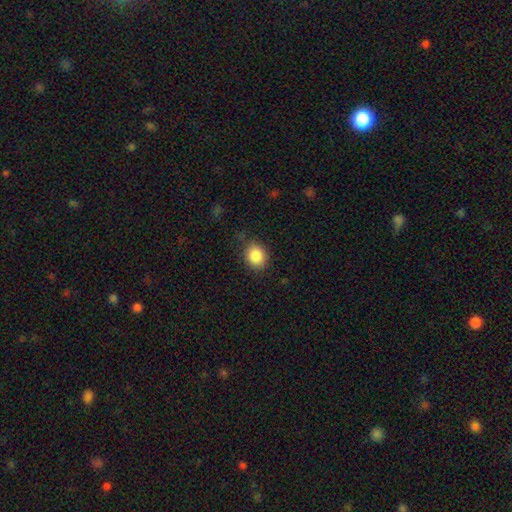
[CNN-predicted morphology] smooth_or_featured: smooth (p=0.86) [alt: star or artifact p=0.09]
how_rounded: round (p=0.62) [alt: in between p=0.38]
merging: none (p=0.79) [alt: minor disturbance p=0.16]